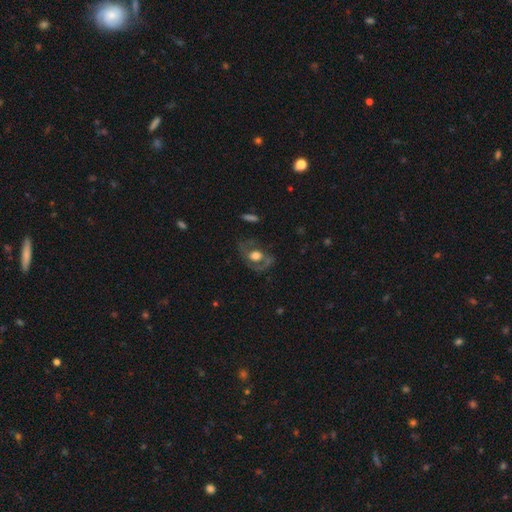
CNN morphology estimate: smooth_or_featured: featured or disk (p=0.60) [alt: smooth p=0.32]
disk_edge_on: no (p=0.93) [alt: yes p=0.07]
bar: no (p=0.74) [alt: weak p=0.20]
has_spiral_arms: yes (p=0.51) [alt: no p=0.49]
bulge_size: moderate (p=0.45) [alt: large p=0.44]
merging: none (p=0.62) [alt: minor disturbance p=0.19]